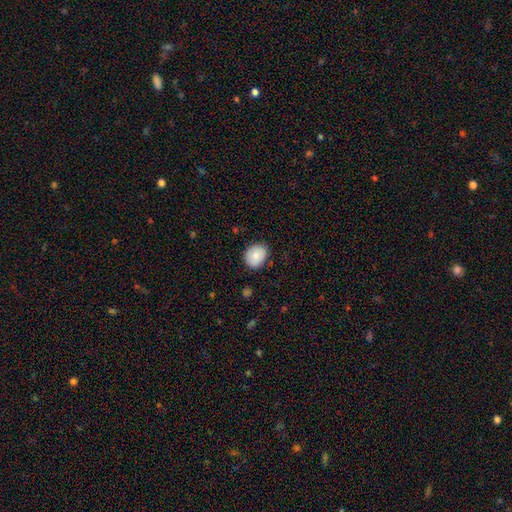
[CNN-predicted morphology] A smooth galaxy with no disk features (85%) that is round (56%). Merging: none (84%).